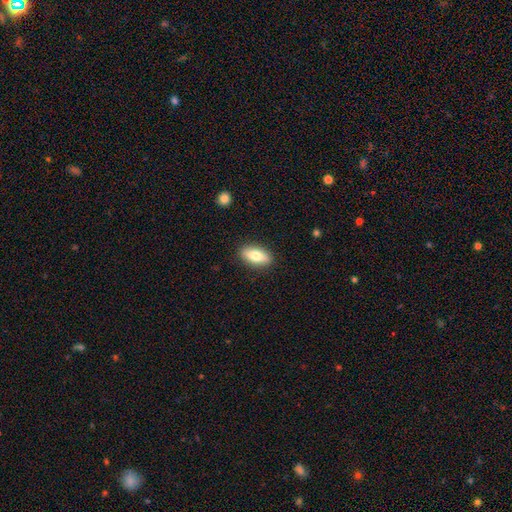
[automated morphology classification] The model was most divided on "smooth or featured": smooth: 70%, featured or disk: 24%, star or artifact: 6%. More confident: merging — none (88%); how rounded — in between (80%).